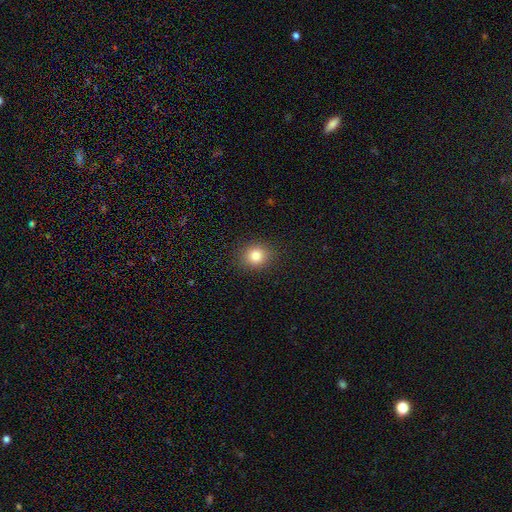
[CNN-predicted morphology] Smooth or featured: smooth — 83% (star or artifact — 11%)
How rounded: round — 77% (in between — 22%)
Merging: none — 89% (minor disturbance — 7%)